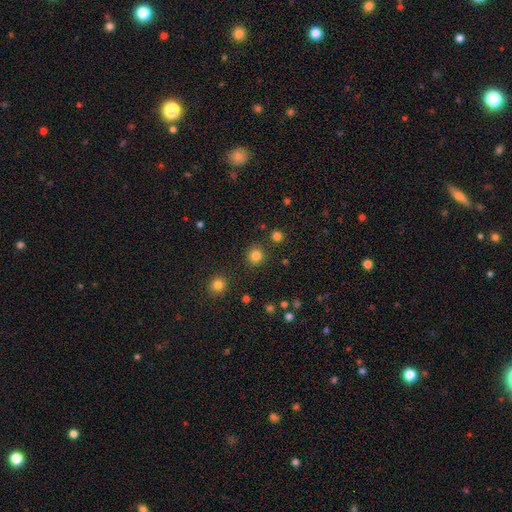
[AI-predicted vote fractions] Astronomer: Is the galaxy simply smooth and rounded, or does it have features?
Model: smooth — 83%.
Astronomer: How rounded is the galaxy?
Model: round — 93%.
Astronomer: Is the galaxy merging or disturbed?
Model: none — 89%.